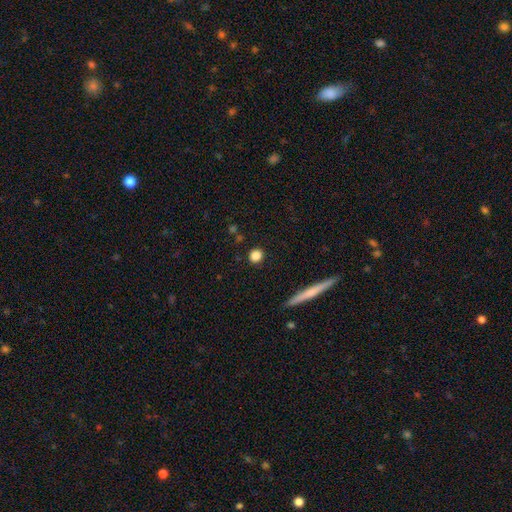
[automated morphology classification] Q: Smooth or featured?
A: smooth (83%); runner-up: star or artifact (10%)
Q: How rounded?
A: round (89%); runner-up: in between (8%)
Q: Merging?
A: none (89%); runner-up: minor disturbance (6%)